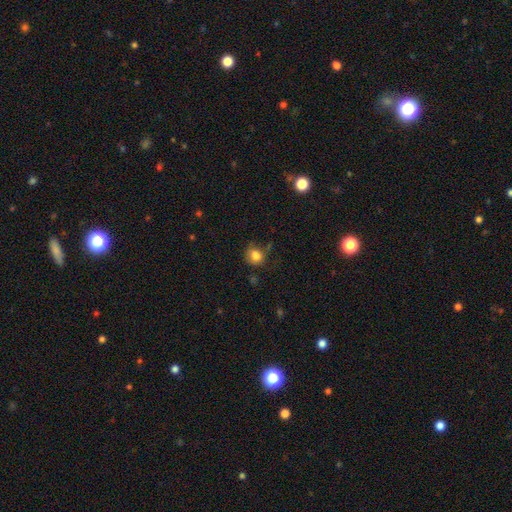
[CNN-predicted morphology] This appears to be a smooth galaxy with no disk features (81%) that is round (72%). Merging: none (57%).